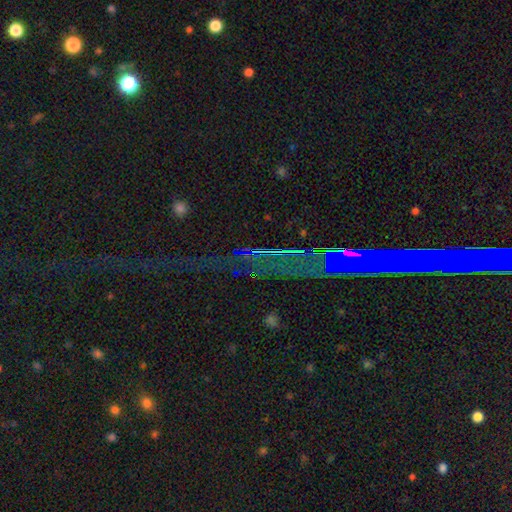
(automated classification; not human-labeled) The model was most divided on "smooth or featured": star or artifact: 63%, featured or disk: 21%, smooth: 16%.